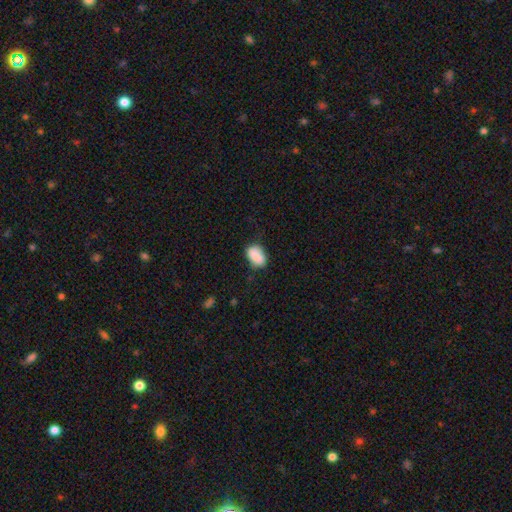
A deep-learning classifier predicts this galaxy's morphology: Smooth or featured? smooth (87%)
How rounded? in between (87%)
Merging? none (70%)